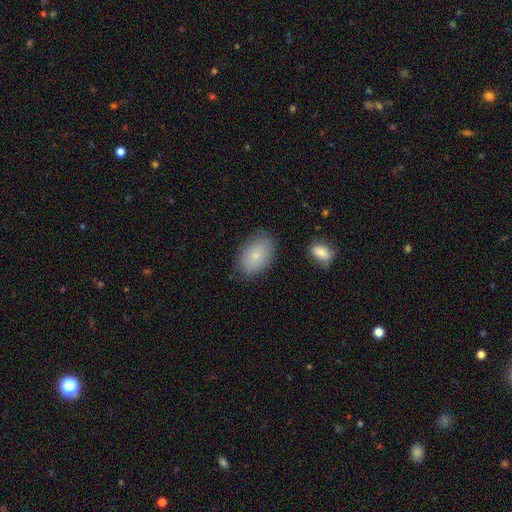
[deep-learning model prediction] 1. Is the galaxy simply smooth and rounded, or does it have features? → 81% smooth, 12% featured or disk, 7% star or artifact.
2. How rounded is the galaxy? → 90% in between, 8% round, 1% cigar-shaped.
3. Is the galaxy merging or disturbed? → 80% none, 14% minor disturbance, 4% major disturbance, 2% merger.